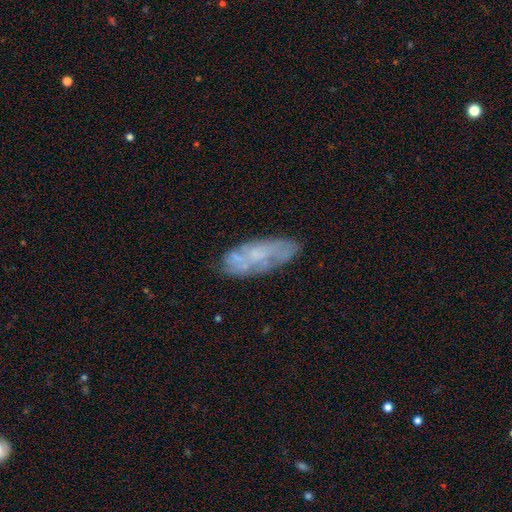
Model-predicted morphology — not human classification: The model was most divided on "smooth or featured": featured or disk: 51%, smooth: 41%, star or artifact: 9%. More confident: edge-on disk — no (86%); merging — none (68%).